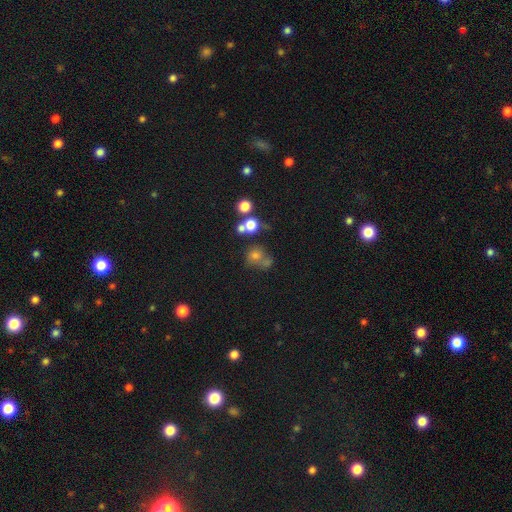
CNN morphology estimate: Smooth or featured?
  - smooth: 62% *
  - star or artifact: 23%
  - featured or disk: 15%
How rounded?
  - round: 81% *
  - in between: 18%
  - cigar-shaped: 1%
Merging?
  - none: 47% *
  - merger: 34%
  - minor disturbance: 11%
  - major disturbance: 8%